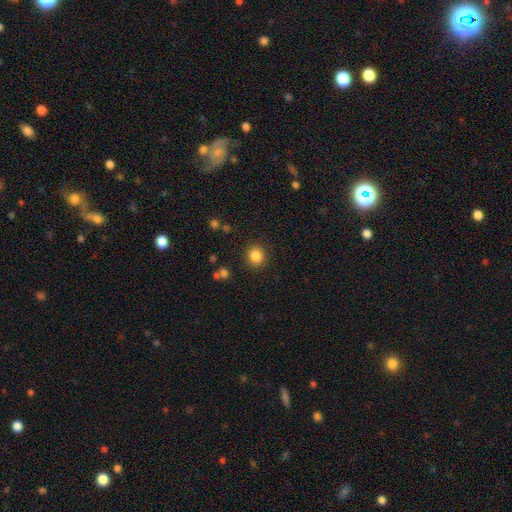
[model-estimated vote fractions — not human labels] smooth_or_featured: smooth (p=0.85) [alt: star or artifact p=0.11]
how_rounded: round (p=0.85) [alt: in between p=0.14]
merging: none (p=0.89) [alt: minor disturbance p=0.07]